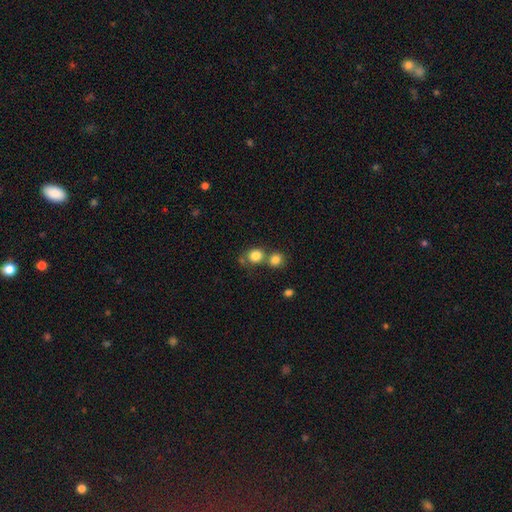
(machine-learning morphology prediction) This appears to be a smooth galaxy with no disk features (81%) that is round (83%). Merging: none (53%).